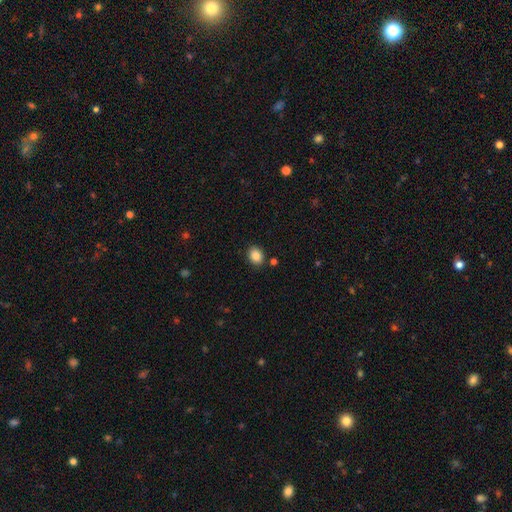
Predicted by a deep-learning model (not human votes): smooth_or_featured: smooth (p=0.86) [alt: star or artifact p=0.09]
how_rounded: in between (p=0.58) [alt: round p=0.41]
merging: none (p=0.87) [alt: minor disturbance p=0.08]